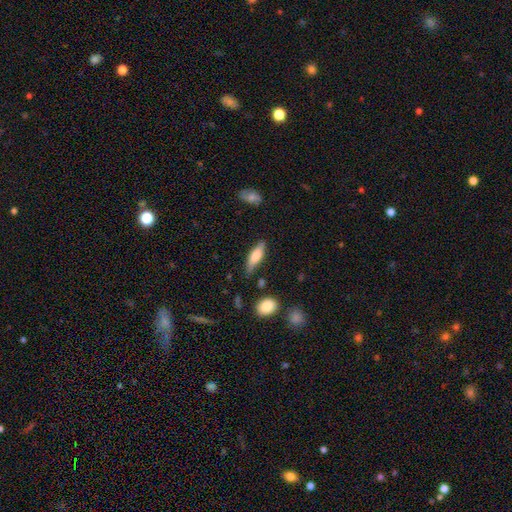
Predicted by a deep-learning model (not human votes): Smooth or featured? Predicted: smooth (p=0.65). How rounded? Predicted: cigar-shaped (p=0.50). Merging? Predicted: none (p=0.73).